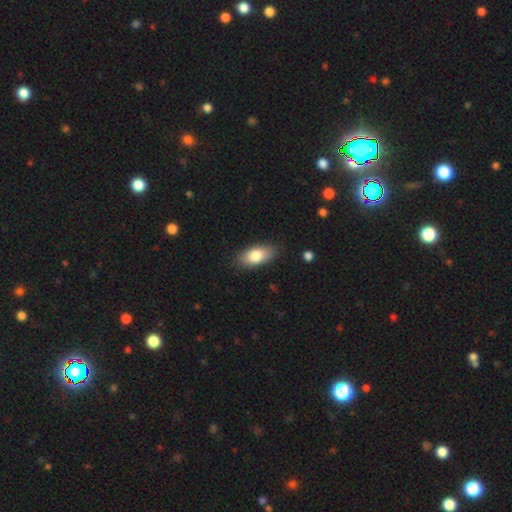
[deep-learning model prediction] The model was most divided on "smooth or featured": smooth: 80%, featured or disk: 14%, star or artifact: 6%. More confident: how rounded — in between (88%); merging — none (85%).